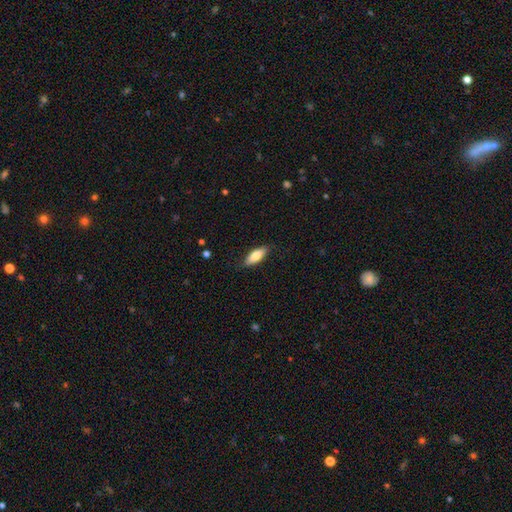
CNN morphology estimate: A smooth galaxy with no disk features (77%) that is in between round and cigar-shaped (68%).

Vote fractions:
- Smooth or featured? smooth: 77% / featured or disk: 17% / star or artifact: 6%
- How rounded? in between: 68% / cigar-shaped: 30% / round: 2%
- Merging? none: 84% / minor disturbance: 12% / major disturbance: 3% / merger: 1%